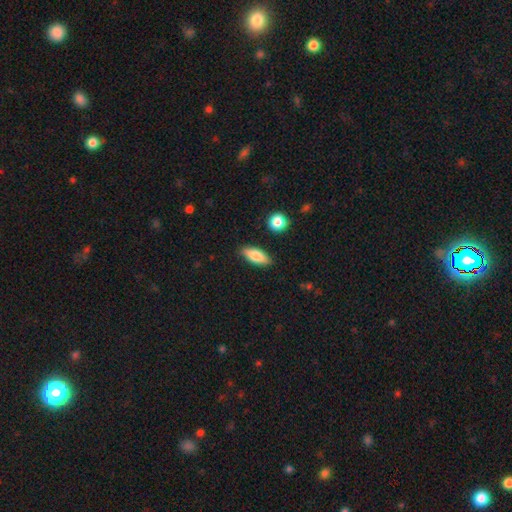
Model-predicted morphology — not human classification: smooth-or-featured: smooth: 77% | featured or disk: 16% | star or artifact: 7%
  how-rounded: in between: 73% | cigar-shaped: 23% | round: 3%
  merging: none: 85% | minor disturbance: 11% | major disturbance: 2% | merger: 2%